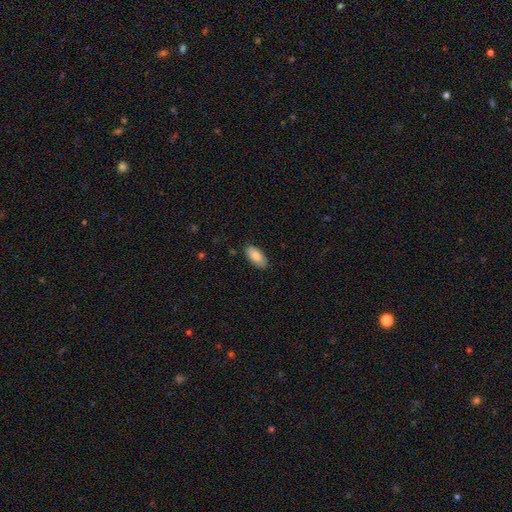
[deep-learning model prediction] smooth-or-featured: smooth: 85% | featured or disk: 9% | star or artifact: 6%
  how-rounded: in between: 92% | cigar-shaped: 6% | round: 2%
  merging: none: 85% | minor disturbance: 12% | major disturbance: 2% | merger: 1%